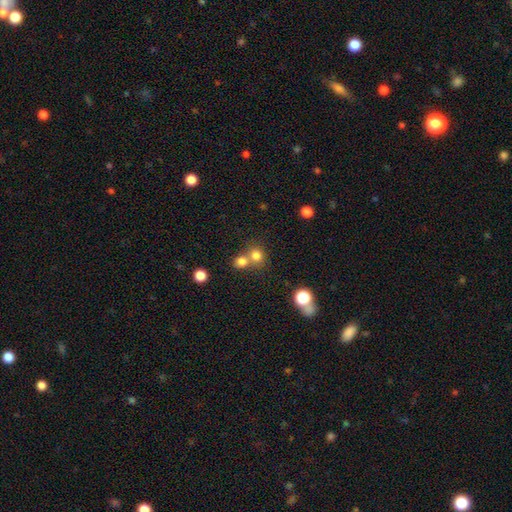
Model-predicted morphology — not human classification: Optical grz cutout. It shows a smooth galaxy with no disk features (78%) that is round (83%). Merging: none (47%).